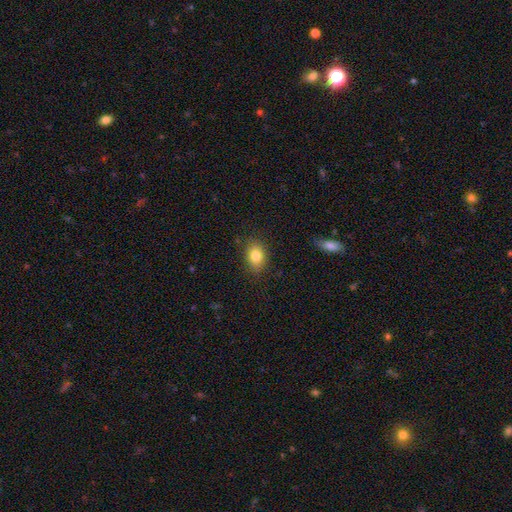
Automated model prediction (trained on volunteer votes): Smooth or featured?
  - smooth: 82% *
  - star or artifact: 9%
  - featured or disk: 8%
How rounded?
  - in between: 71% *
  - round: 28%
  - cigar-shaped: 1%
Merging?
  - none: 85% *
  - minor disturbance: 11%
  - major disturbance: 3%
  - merger: 1%